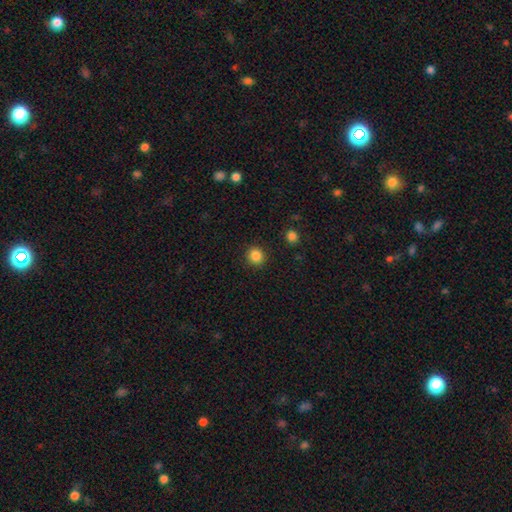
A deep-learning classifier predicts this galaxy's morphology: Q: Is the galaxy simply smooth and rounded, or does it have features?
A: smooth — 86%.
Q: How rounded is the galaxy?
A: round — 91%.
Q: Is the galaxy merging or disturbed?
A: none — 91%.